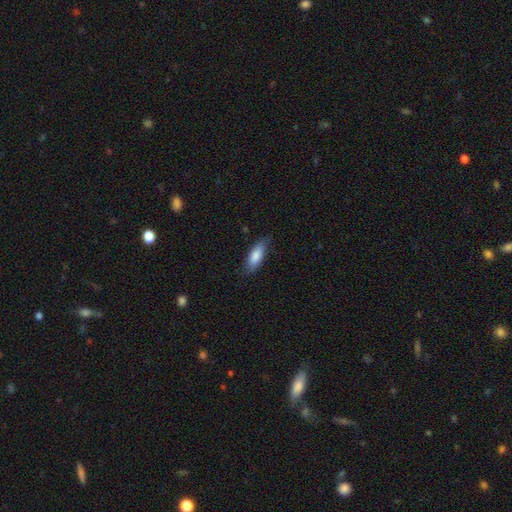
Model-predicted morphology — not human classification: Overall: smooth (83%). How rounded: in between (72%). Merging: none (77%).